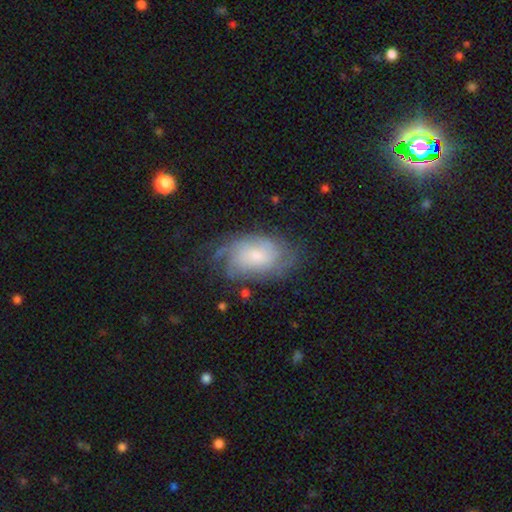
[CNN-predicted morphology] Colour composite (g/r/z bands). It shows a featured or disk galaxy (63%) with no bar (67%), tight (48%) spiral arms (87%) and a small central bulge (47%). Merging: none (58%).